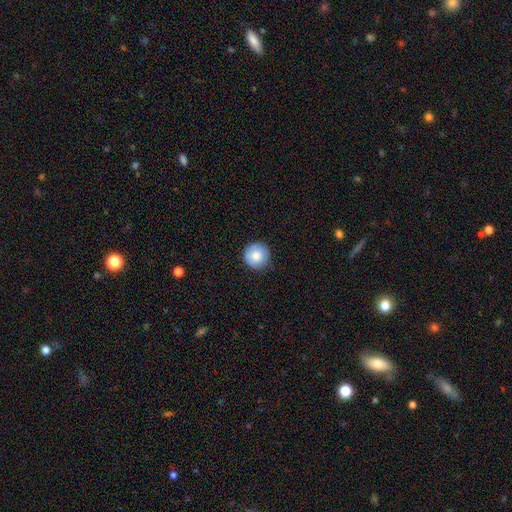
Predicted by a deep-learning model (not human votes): Overall: smooth (80%). How rounded: round (95%). Merging: none (82%).